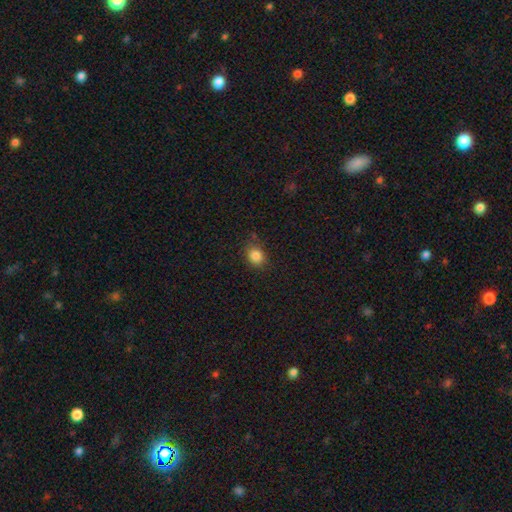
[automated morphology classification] smooth-or-featured: smooth: 85% | star or artifact: 11% | featured or disk: 5%
  how-rounded: round: 57% | in between: 42% | cigar-shaped: 1%
  merging: none: 79% | minor disturbance: 15% | major disturbance: 4% | merger: 2%